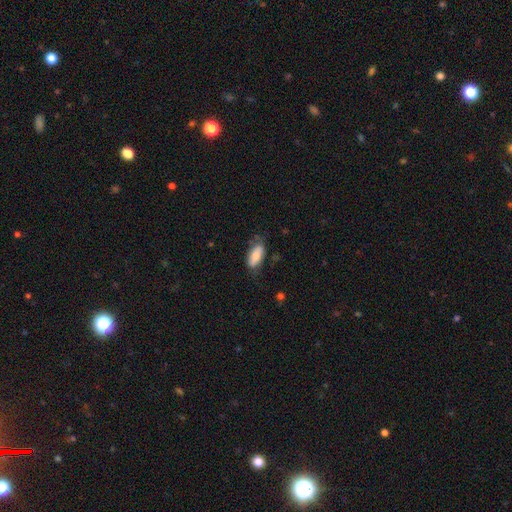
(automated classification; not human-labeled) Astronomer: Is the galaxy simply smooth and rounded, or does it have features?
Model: smooth — 72%.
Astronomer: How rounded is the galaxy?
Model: in between — 86%.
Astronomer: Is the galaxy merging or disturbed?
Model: none — 66%.